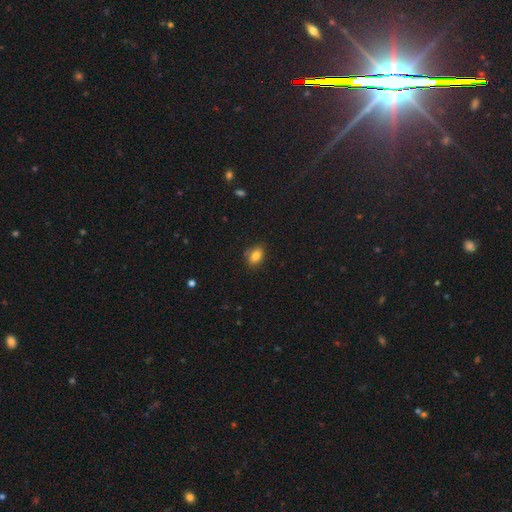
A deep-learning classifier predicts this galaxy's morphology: Smooth or featured?
  - smooth: 83% *
  - star or artifact: 10%
  - featured or disk: 7%
How rounded?
  - in between: 80% *
  - round: 18%
  - cigar-shaped: 2%
Merging?
  - none: 75% *
  - minor disturbance: 17%
  - merger: 4%
  - major disturbance: 3%